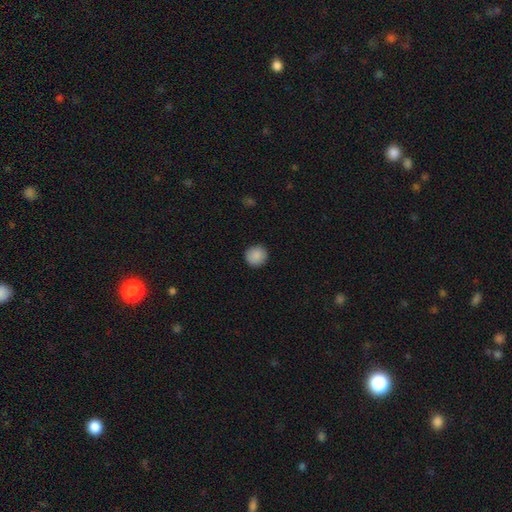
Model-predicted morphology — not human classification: smooth-or-featured: smooth: 88% | star or artifact: 8% | featured or disk: 4%
  how-rounded: round: 92% | in between: 7% | cigar-shaped: 1%
  merging: none: 90% | minor disturbance: 7% | major disturbance: 2% | merger: 1%